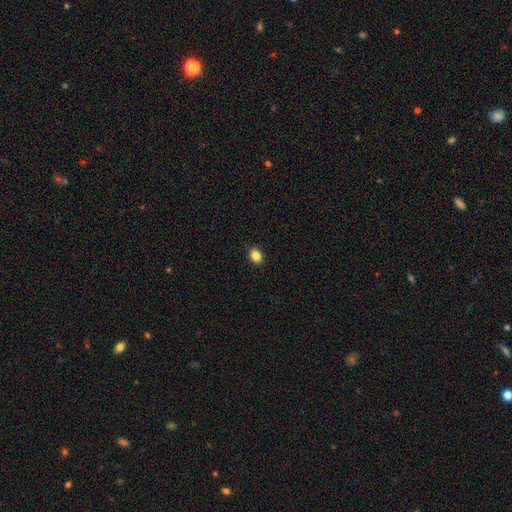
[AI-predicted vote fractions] Smooth or featured: smooth — 86% (star or artifact — 9%)
How rounded: in between — 69% (round — 29%)
Merging: none — 89% (minor disturbance — 8%)